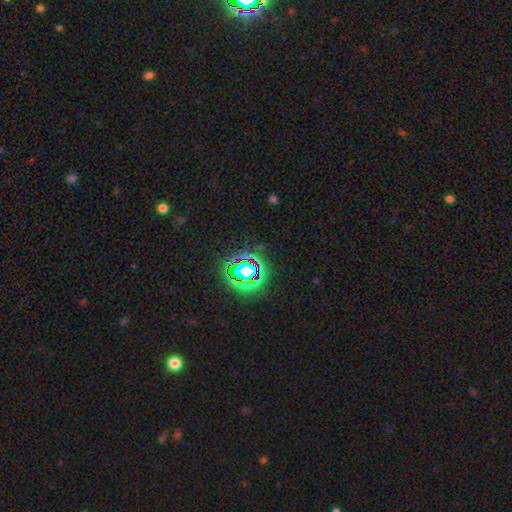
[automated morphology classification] Smooth or featured?
  - star or artifact: 77% *
  - smooth: 15%
  - featured or disk: 8%